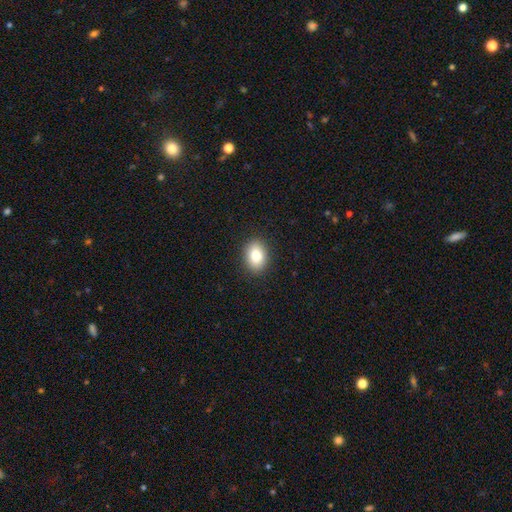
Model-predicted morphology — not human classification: smooth_or_featured: smooth (p=0.84) [alt: star or artifact p=0.08]
how_rounded: in between (p=0.75) [alt: round p=0.24]
merging: none (p=0.89) [alt: minor disturbance p=0.08]